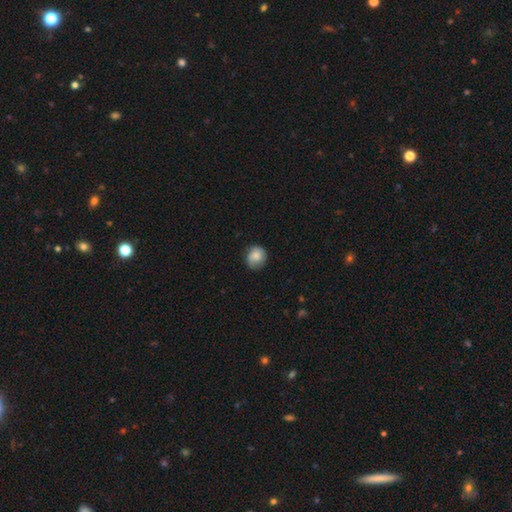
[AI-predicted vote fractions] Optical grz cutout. It shows a smooth galaxy with no disk features (81%) that is round (83%). Merging: none (73%).